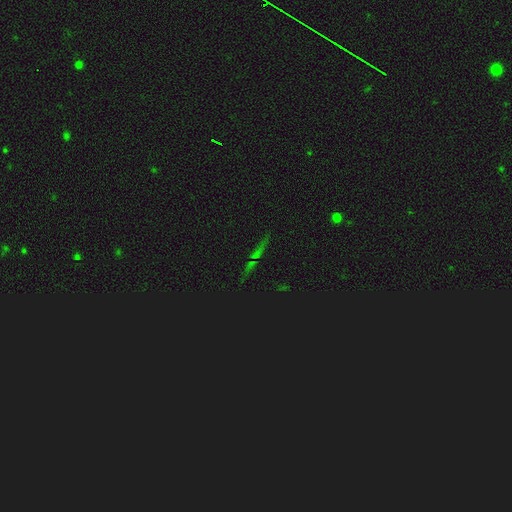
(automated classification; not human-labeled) Overall: star or artifact (60%; smooth 22%).